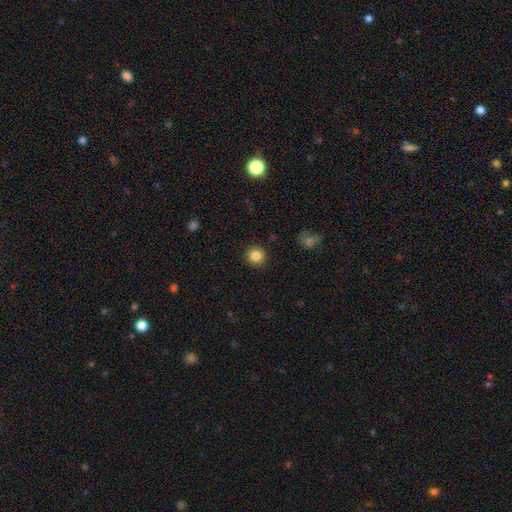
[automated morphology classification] Smooth or featured: smooth — 84% (star or artifact — 11%)
How rounded: round — 93% (in between — 6%)
Merging: none — 91% (minor disturbance — 5%)